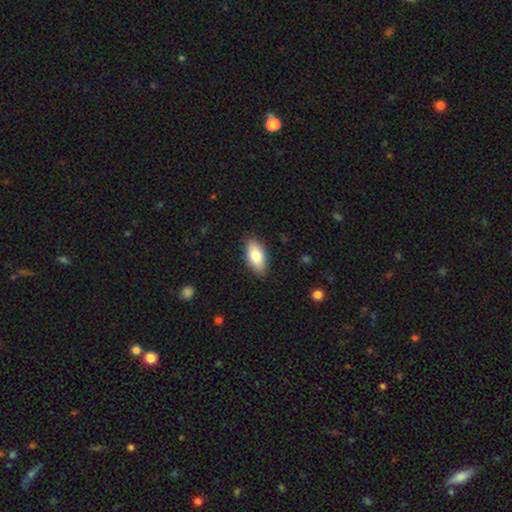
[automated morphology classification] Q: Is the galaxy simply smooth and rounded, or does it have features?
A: smooth — 82%.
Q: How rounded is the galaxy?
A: in between — 91%.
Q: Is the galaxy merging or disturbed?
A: none — 86%.